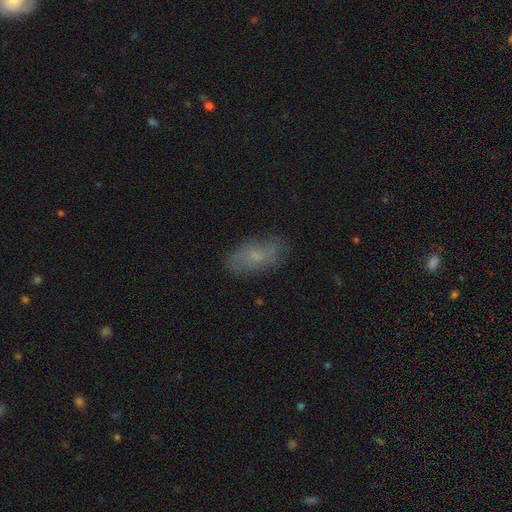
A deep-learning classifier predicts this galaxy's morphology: This appears to be a smooth galaxy with no disk features (57%) that is in between round and cigar-shaped (88%). Merging: none (77%).